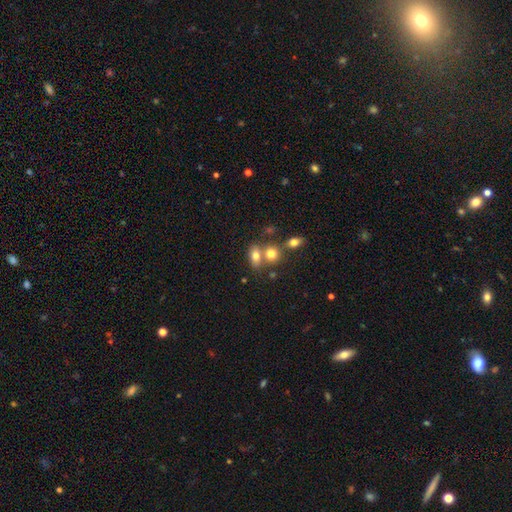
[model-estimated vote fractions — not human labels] Smooth or featured?
  - smooth: 75% *
  - featured or disk: 15%
  - star or artifact: 11%
How rounded?
  - in between: 74% *
  - round: 22%
  - cigar-shaped: 4%
Merging?
  - none: 43% *
  - merger: 42%
  - minor disturbance: 11%
  - major disturbance: 4%